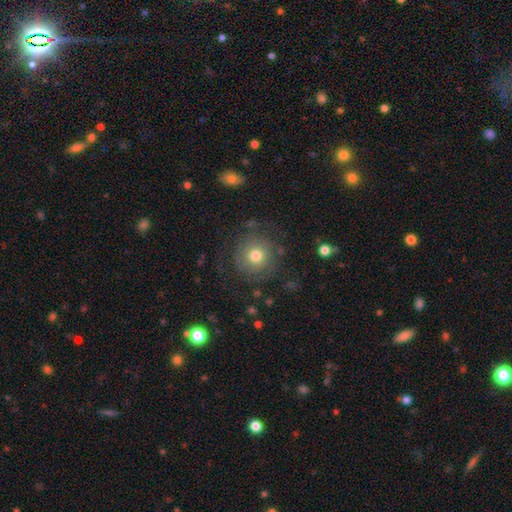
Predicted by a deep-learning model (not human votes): This is likely a smooth galaxy (62%). How rounded: clearly round (92%). Merging: likely none (76%).